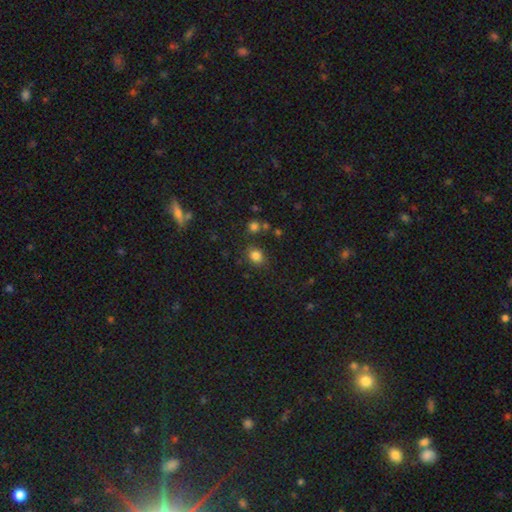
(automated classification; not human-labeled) This appears to be a smooth galaxy with no disk features (81%) that is round (65%). Merging: none (80%).